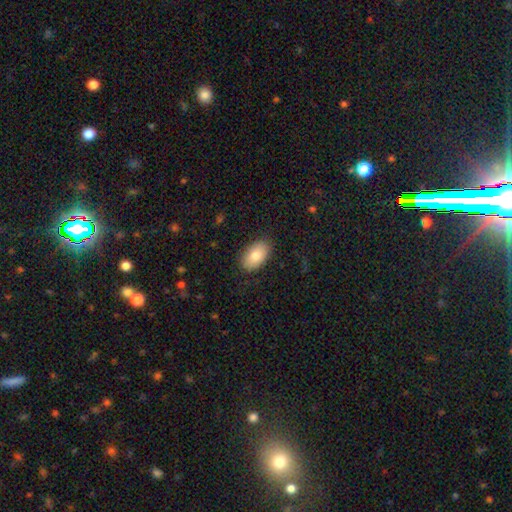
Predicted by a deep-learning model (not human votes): Smooth or featured: smooth — 81% (featured or disk — 12%)
How rounded: in between — 93% (round — 5%)
Merging: none — 86% (minor disturbance — 10%)